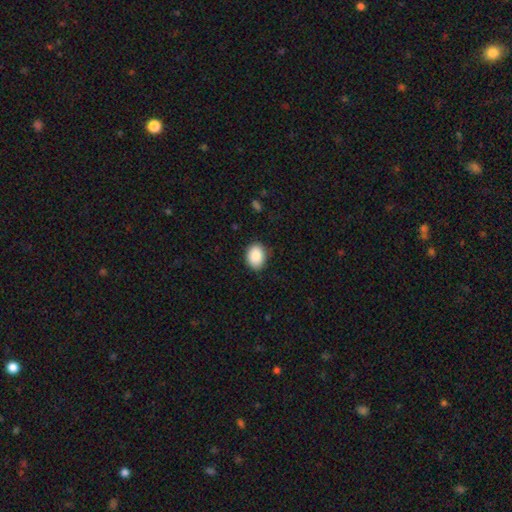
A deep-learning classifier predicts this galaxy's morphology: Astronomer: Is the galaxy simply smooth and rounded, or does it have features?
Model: smooth — 89%.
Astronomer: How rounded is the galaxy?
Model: in between — 64%.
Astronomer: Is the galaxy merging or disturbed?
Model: none — 85%.